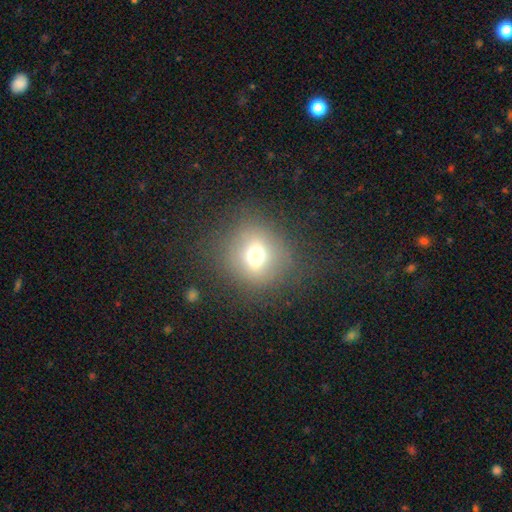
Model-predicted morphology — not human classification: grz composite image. It shows a smooth galaxy with no disk features (66%) that is round (85%). Merging: none (81%).